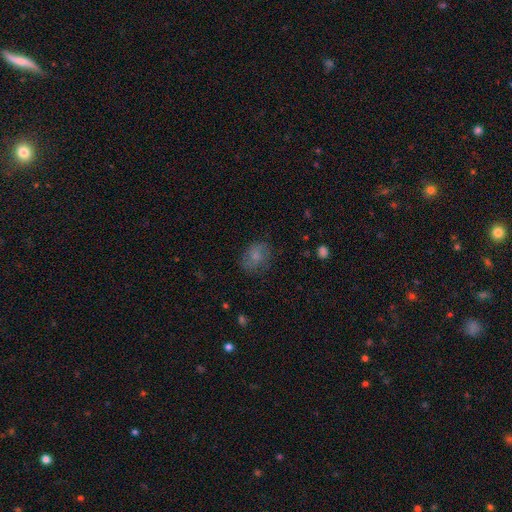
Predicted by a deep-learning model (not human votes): smooth-or-featured: smooth: 72% | featured or disk: 18% | star or artifact: 10%
  how-rounded: in between: 59% | round: 40% | cigar-shaped: 1%
  merging: none: 69% | minor disturbance: 20% | major disturbance: 9% | merger: 1%